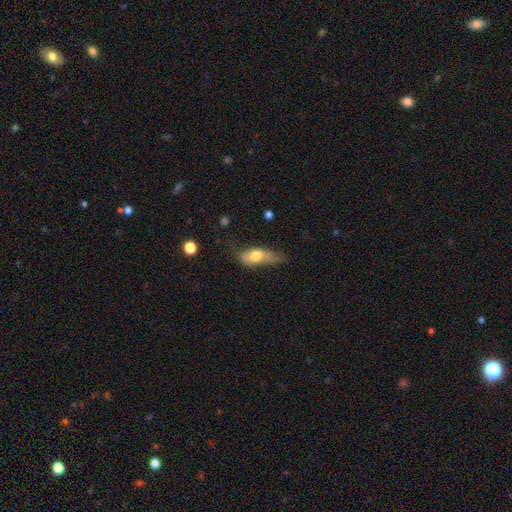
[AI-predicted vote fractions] A smooth galaxy with no disk features (66%) that is in between round and cigar-shaped (71%).

Vote fractions:
- Smooth or featured? smooth: 66% / featured or disk: 27% / star or artifact: 7%
- How rounded? in between: 71% / cigar-shaped: 23% / round: 5%
- Merging? minor disturbance: 39% / major disturbance: 29% / none: 28% / merger: 4%